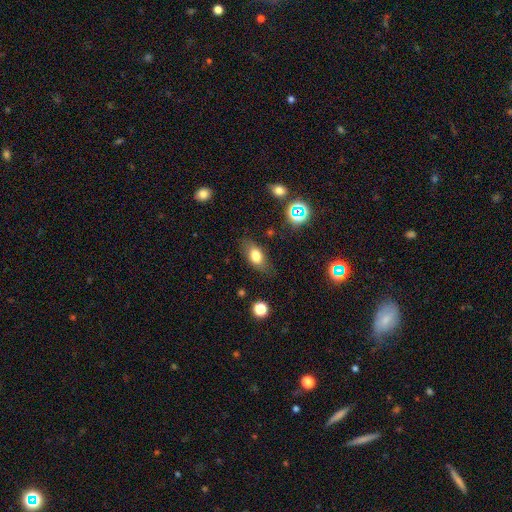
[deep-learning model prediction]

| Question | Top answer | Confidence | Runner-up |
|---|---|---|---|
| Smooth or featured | smooth | 75% | featured or disk (15%) |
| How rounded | in between | 83% | round (10%) |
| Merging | none | 77% | minor disturbance (17%) |